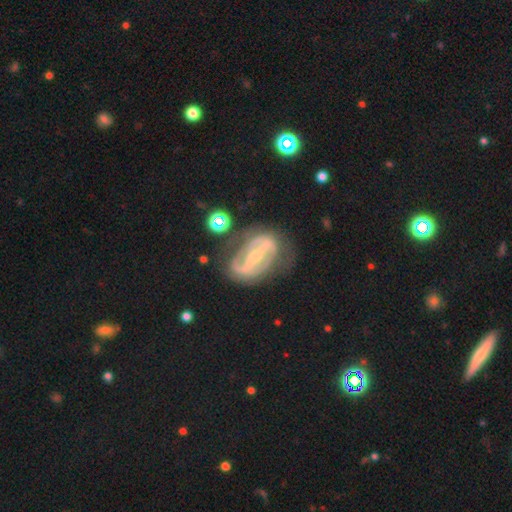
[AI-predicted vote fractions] This appears to be a featured or disk galaxy (84%) with a strong bar (76%), 2 (71%) tight (39%, tied with medium) spiral arms (77%) and a small central bulge (65%). Merging: none (63%).